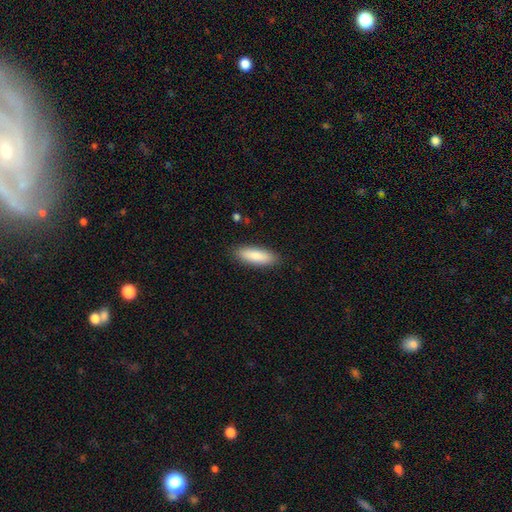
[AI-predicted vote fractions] Smooth or featured? Predicted: smooth (p=0.86). How rounded? Predicted: in between (p=0.57). Merging? Predicted: none (p=0.88).